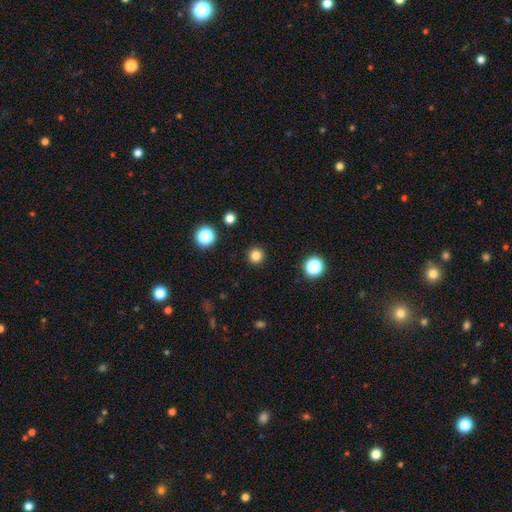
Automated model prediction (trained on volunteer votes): Smooth or featured? Predicted: smooth (p=0.82). How rounded? Predicted: round (p=0.96). Merging? Predicted: none (p=0.93).